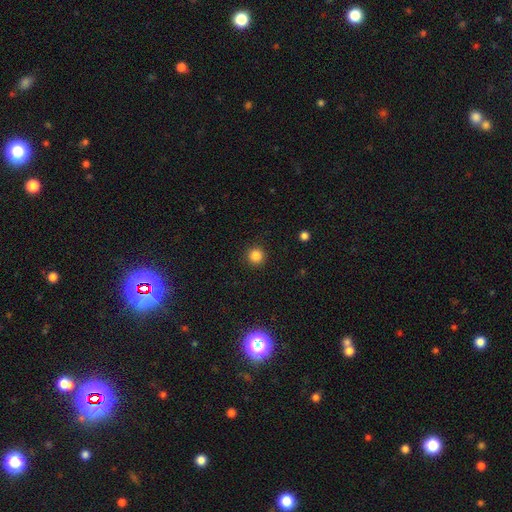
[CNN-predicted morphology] This appears to be a smooth galaxy with no disk features (85%) that is round (96%). Merging: none (92%).